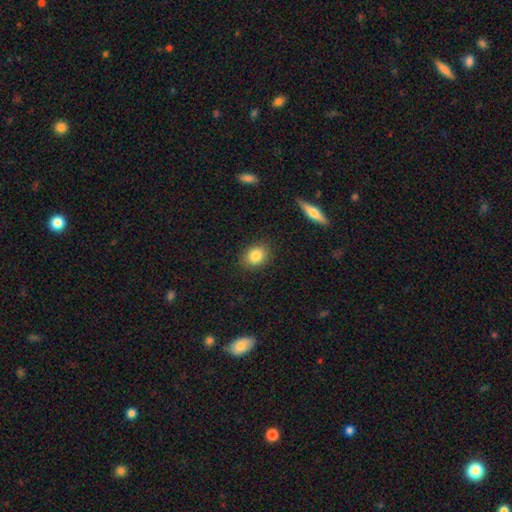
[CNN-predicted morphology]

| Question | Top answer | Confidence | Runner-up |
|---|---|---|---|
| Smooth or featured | smooth | 84% | star or artifact (9%) |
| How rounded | in between | 50% | round (49%) |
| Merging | none | 87% | minor disturbance (9%) |